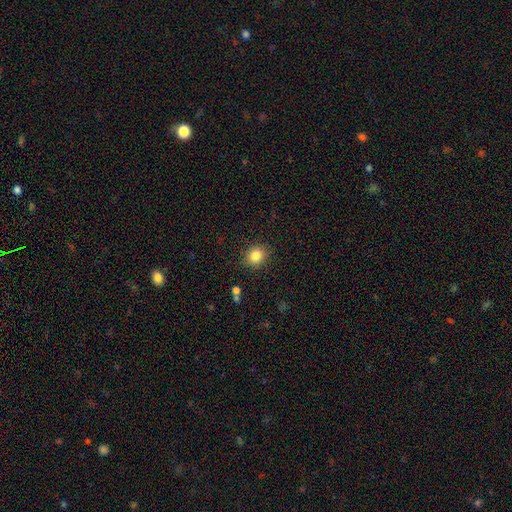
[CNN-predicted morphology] A smooth galaxy with no disk features (84%) that is round (72%). Merging: none (87%).